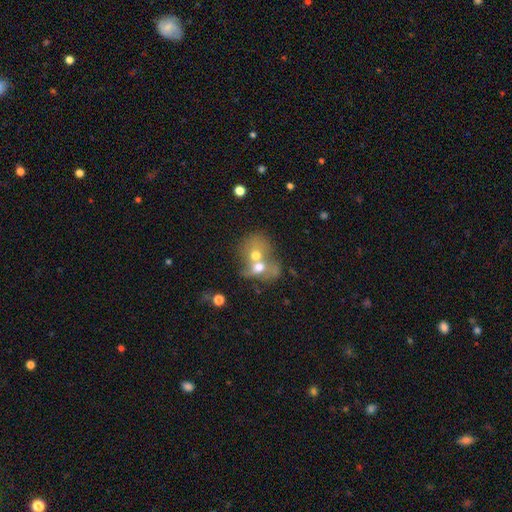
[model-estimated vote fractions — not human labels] Q: Smooth or featured?
A: smooth (50%); runner-up: featured or disk (36%)
Q: Merging?
A: merger (76%); runner-up: none (14%)